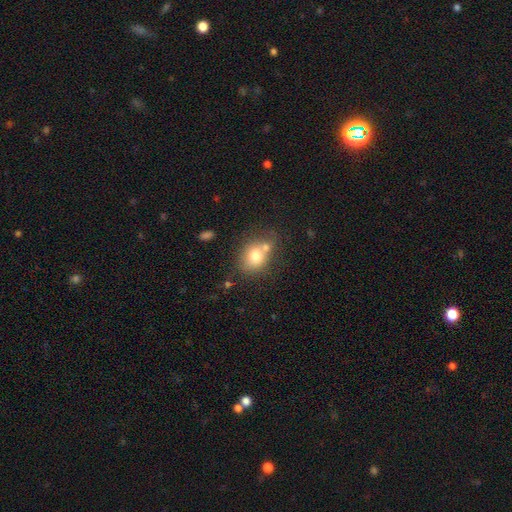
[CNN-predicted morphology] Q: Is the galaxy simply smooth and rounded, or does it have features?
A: smooth — 75%.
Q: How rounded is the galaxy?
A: round — 59%.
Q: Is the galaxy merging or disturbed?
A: none — 47%.